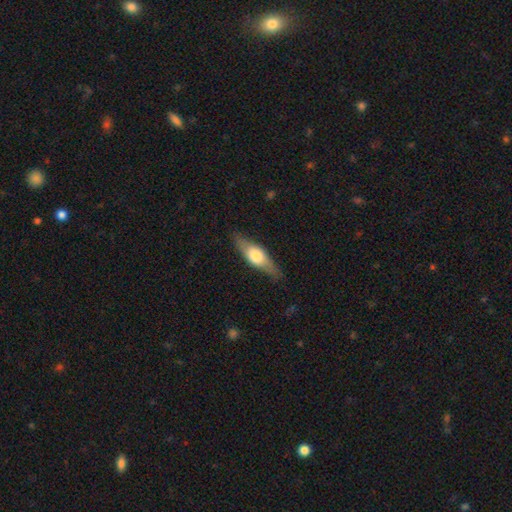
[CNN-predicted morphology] A smooth galaxy with no disk features (48%).

Vote fractions:
- Smooth or featured? smooth: 48% / featured or disk: 47% / star or artifact: 5%
- Merging? none: 82% / minor disturbance: 14% / major disturbance: 3% / merger: 1%